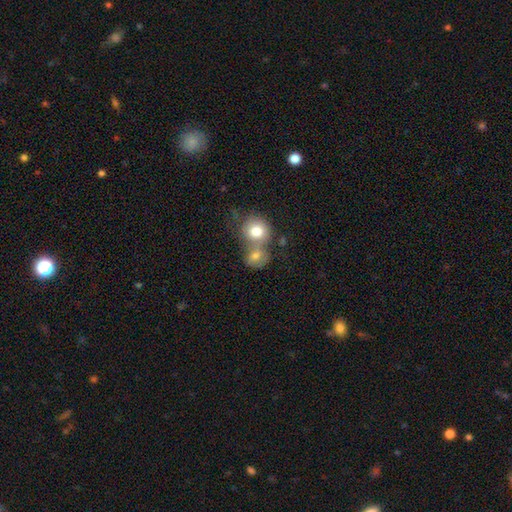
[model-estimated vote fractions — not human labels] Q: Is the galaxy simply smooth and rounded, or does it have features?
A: smooth — 76%.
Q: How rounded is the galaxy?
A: round — 69%.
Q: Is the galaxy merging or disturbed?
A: merger — 60%.